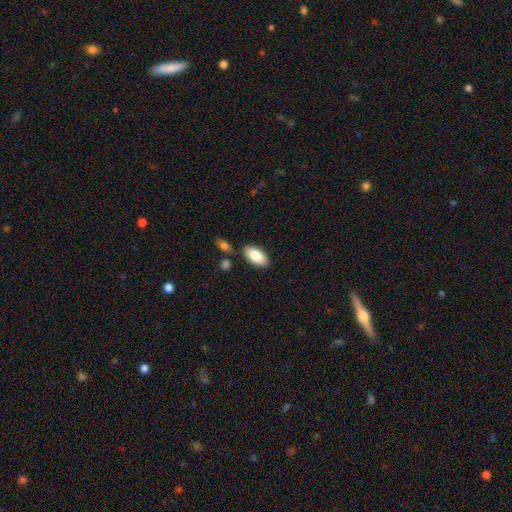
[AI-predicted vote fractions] This is clearly a smooth galaxy (85%). How rounded: clearly in between (94%). Merging: clearly none (84%).